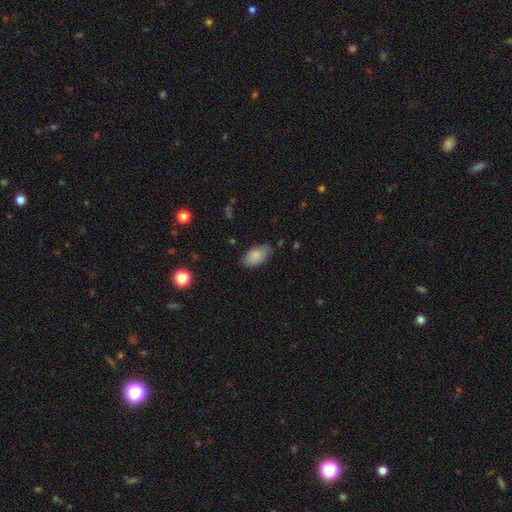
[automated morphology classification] Smooth or featured: smooth — 85% (featured or disk — 8%)
How rounded: in between — 94% (round — 4%)
Merging: none — 78% (minor disturbance — 17%)